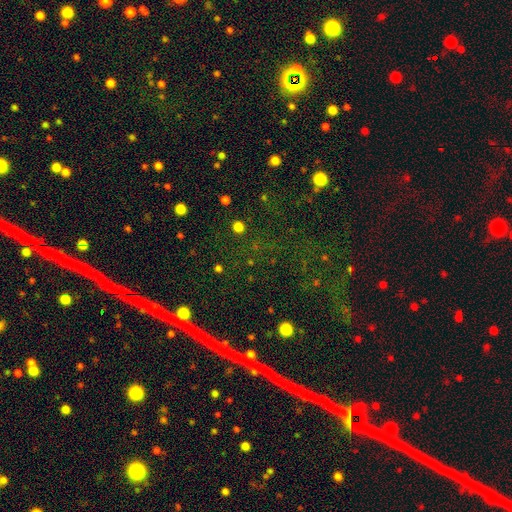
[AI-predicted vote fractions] Smooth or featured?
  - star or artifact: 85% *
  - featured or disk: 8%
  - smooth: 7%